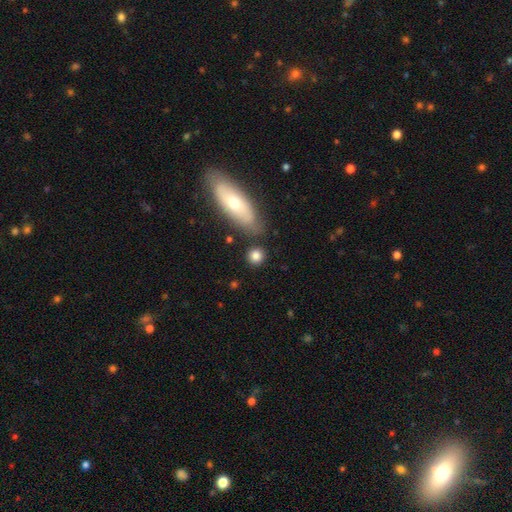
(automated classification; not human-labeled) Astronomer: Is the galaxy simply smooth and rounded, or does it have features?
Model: smooth — 84%.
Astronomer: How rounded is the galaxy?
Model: round — 82%.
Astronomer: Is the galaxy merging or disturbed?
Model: none — 79%.